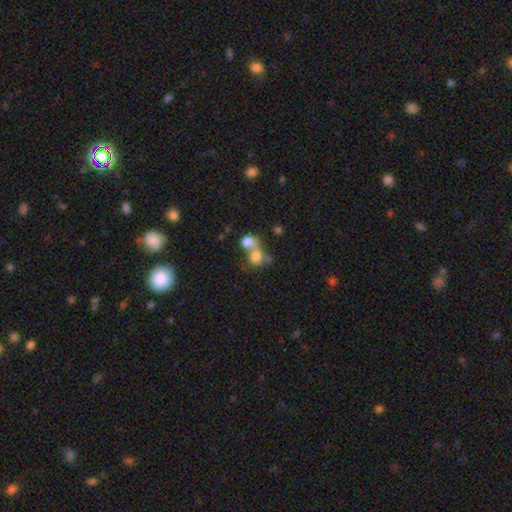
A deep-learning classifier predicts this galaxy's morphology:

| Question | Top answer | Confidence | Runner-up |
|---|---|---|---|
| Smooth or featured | smooth | 75% | featured or disk (14%) |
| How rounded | round | 72% | in between (26%) |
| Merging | merger | 65% | none (24%) |